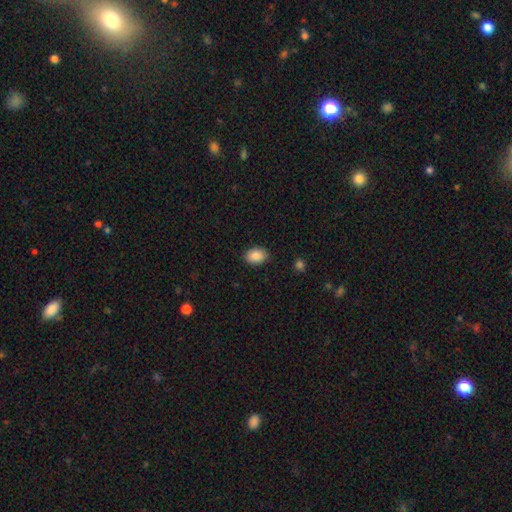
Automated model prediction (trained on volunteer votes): Overall: smooth (87%). How rounded: in between (75%). Merging: none (88%).